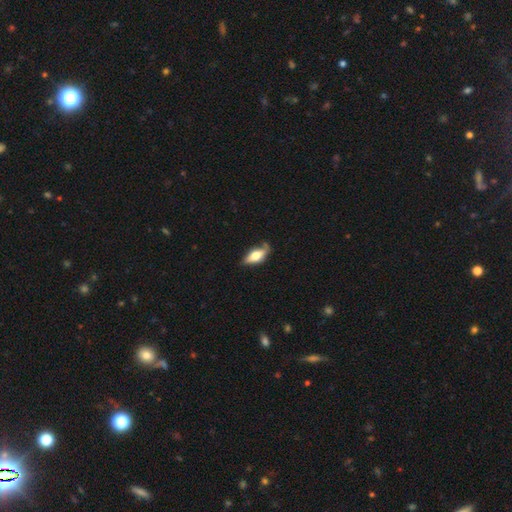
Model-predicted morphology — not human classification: This appears to be a smooth galaxy with no disk features (58%) that is in between round and cigar-shaped (79%). Merging: none (55%).